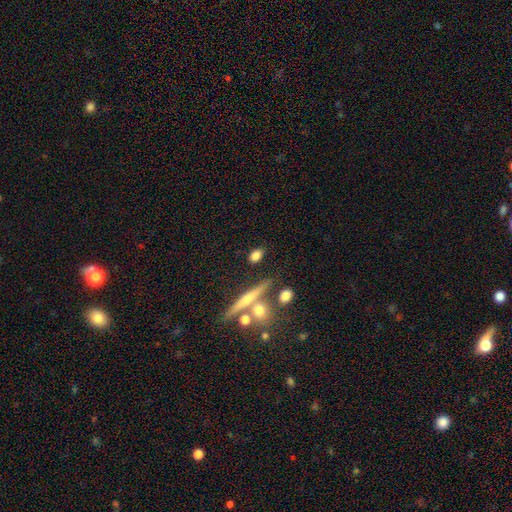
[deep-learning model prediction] This appears to be a smooth galaxy with no disk features (73%) that is in between round and cigar-shaped (60%). Merging: none (77%).